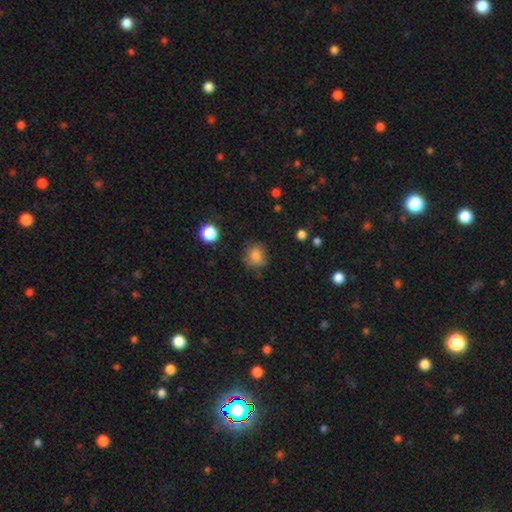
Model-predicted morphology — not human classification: Smooth or featured?
  - smooth: 83% *
  - star or artifact: 11%
  - featured or disk: 5%
How rounded?
  - round: 85% *
  - in between: 14%
  - cigar-shaped: 1%
Merging?
  - none: 81% *
  - minor disturbance: 13%
  - major disturbance: 4%
  - merger: 2%